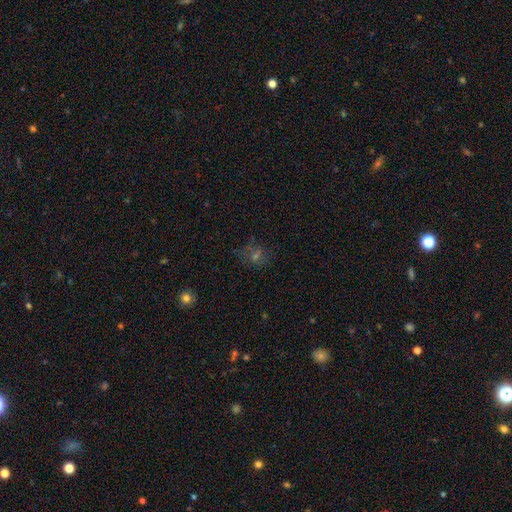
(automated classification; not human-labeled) Morphology: type=smooth (38%); merging=none (70%).